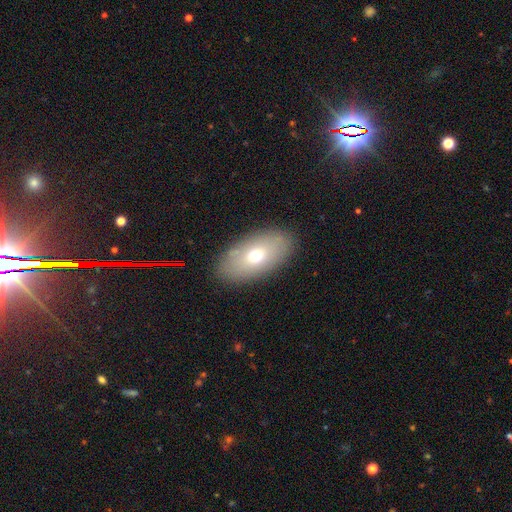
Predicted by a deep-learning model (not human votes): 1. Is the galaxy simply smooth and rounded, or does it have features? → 67% smooth, 24% featured or disk, 9% star or artifact.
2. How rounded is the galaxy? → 91% in between, 6% round, 3% cigar-shaped.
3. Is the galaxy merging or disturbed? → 86% none, 9% minor disturbance, 4% major disturbance, 1% merger.